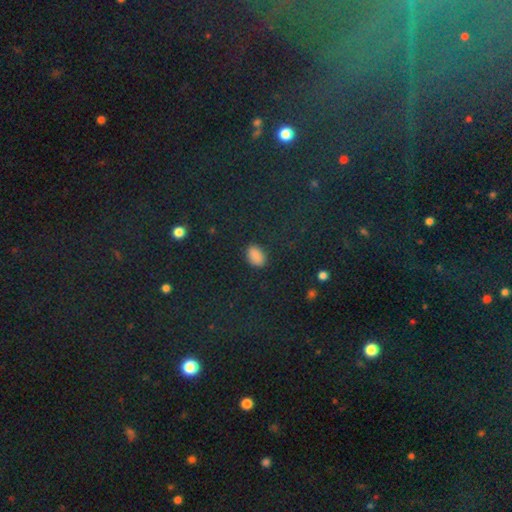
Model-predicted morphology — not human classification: The model was most divided on "smooth or featured": smooth: 79%, star or artifact: 16%, featured or disk: 5%. More confident: how rounded — in between (89%); merging — none (83%).